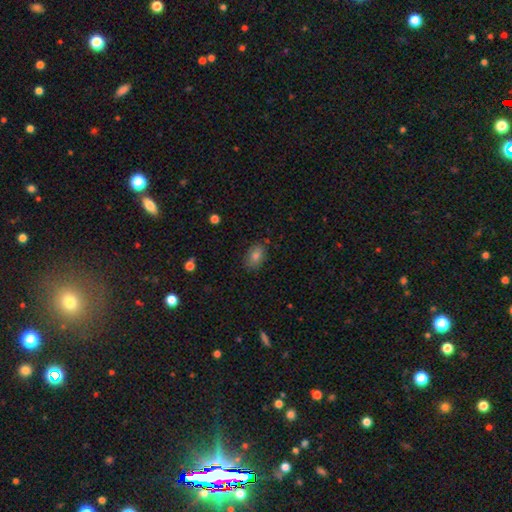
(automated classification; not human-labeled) Smooth or featured? Predicted: smooth (p=0.75). How rounded? Predicted: in between (p=0.82). Merging? Predicted: none (p=0.84).